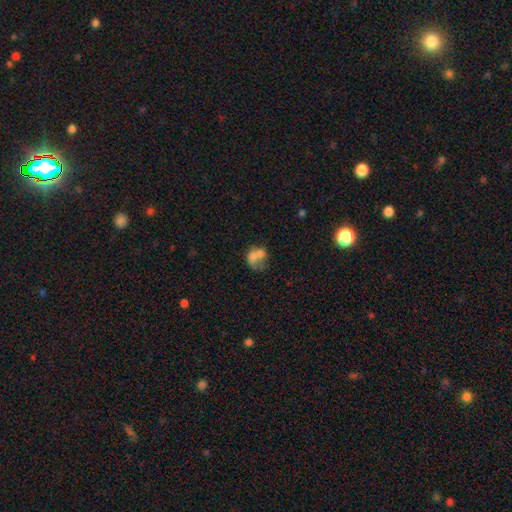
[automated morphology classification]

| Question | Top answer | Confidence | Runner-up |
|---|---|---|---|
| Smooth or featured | smooth | 62% | featured or disk (27%) |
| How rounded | in between | 54% | round (45%) |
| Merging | merger | 53% | none (19%) |